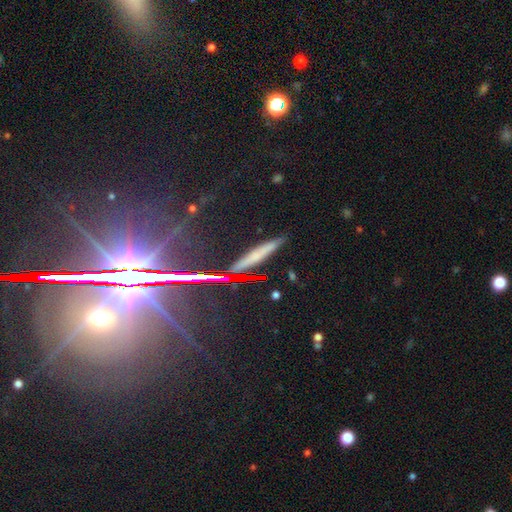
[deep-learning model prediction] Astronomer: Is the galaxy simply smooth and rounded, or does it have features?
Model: featured or disk — 42% (runner-up: smooth, 37%).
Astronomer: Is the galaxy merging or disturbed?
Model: none — 84%.